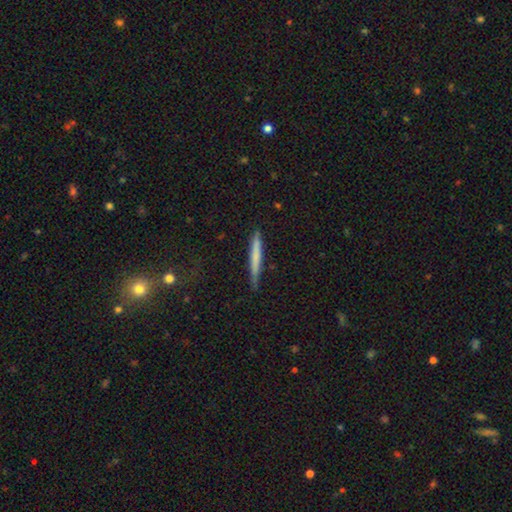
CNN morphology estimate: Smooth or featured: smooth — 64% (featured or disk — 30%)
How rounded: cigar-shaped — 96% (in between — 3%)
Merging: none — 81% (minor disturbance — 15%)